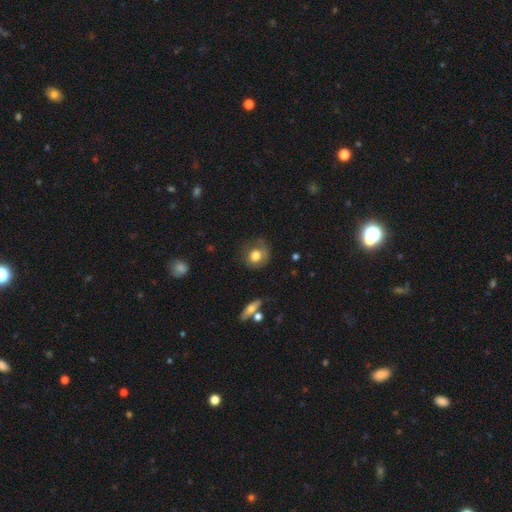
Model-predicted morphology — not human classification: smooth 72%, featured or disk 19%, star or artifact 8%. Down the decision tree: how rounded — round (77%); merging — none (59%).